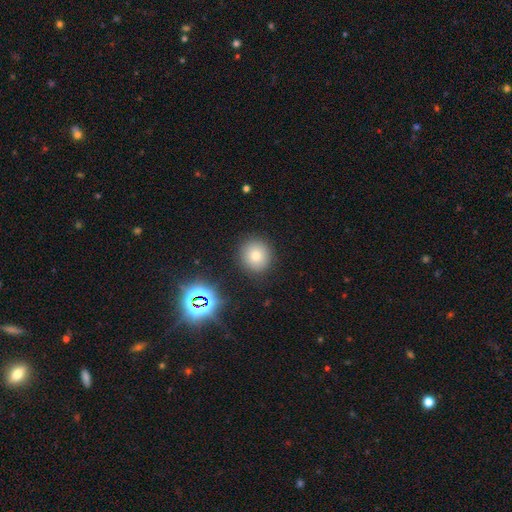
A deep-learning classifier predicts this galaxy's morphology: Overall: smooth (75%). How rounded: round (90%). Merging: none (88%).